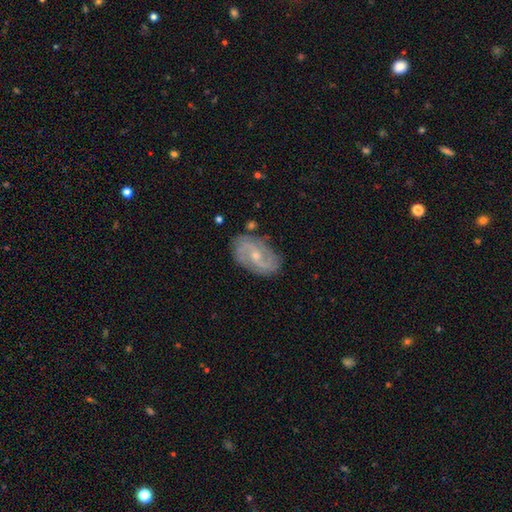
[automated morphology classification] Q: Smooth or featured?
A: featured or disk (83%); runner-up: smooth (11%)
Q: Edge-on disk?
A: no (97%); runner-up: yes (3%)
Q: Bar?
A: no (47%); runner-up: weak (43%)
Q: Spiral arms?
A: yes (95%); runner-up: no (5%)
Q: Spiral winding?
A: medium (47%); runner-up: tight (27%)
Q: Spiral arm count?
A: 2 (75%); runner-up: can't tell (10%)
Q: Bulge size?
A: small (61%); runner-up: moderate (36%)
Q: Merging?
A: none (78%); runner-up: minor disturbance (15%)